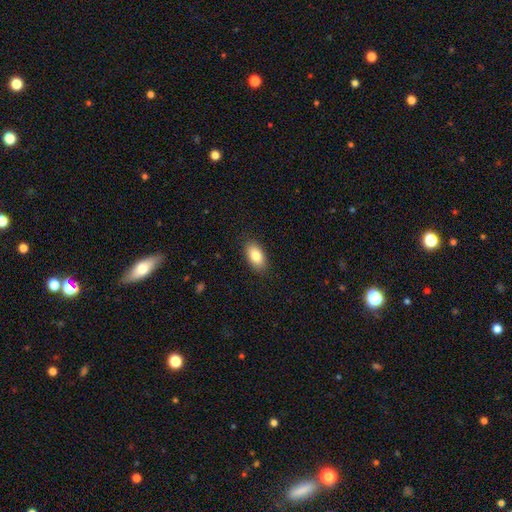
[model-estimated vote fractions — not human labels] smooth 84%, featured or disk 9%, star or artifact 7%. Down the decision tree: how rounded — in between (93%); merging — none (88%).